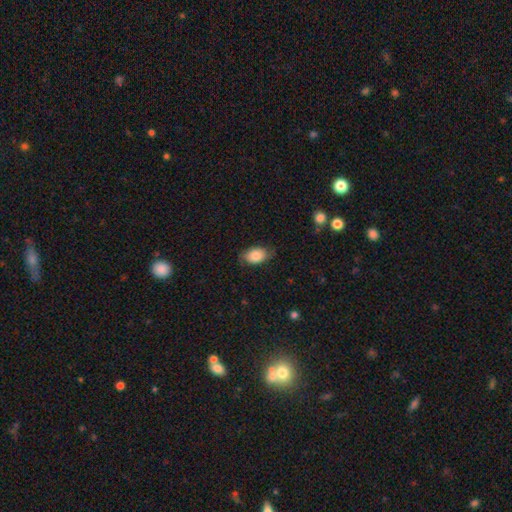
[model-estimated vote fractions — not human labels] This appears to be a smooth galaxy with no disk features (80%) that is in between round and cigar-shaped (89%). Merging: none (72%).